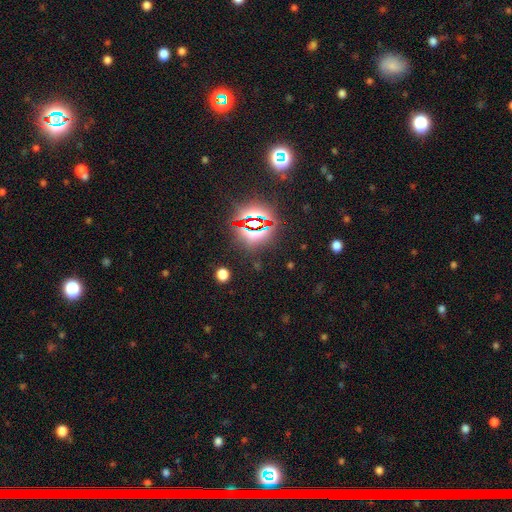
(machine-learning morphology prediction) Smooth or featured: star or artifact — 82% (smooth — 11%)